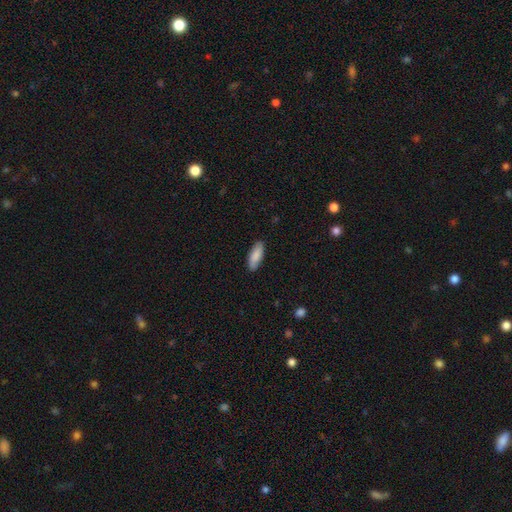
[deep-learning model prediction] Smooth or featured?
  - smooth: 85% *
  - featured or disk: 10%
  - star or artifact: 6%
How rounded?
  - in between: 71% *
  - cigar-shaped: 28%
  - round: 2%
Merging?
  - none: 87% *
  - minor disturbance: 10%
  - major disturbance: 2%
  - merger: 1%